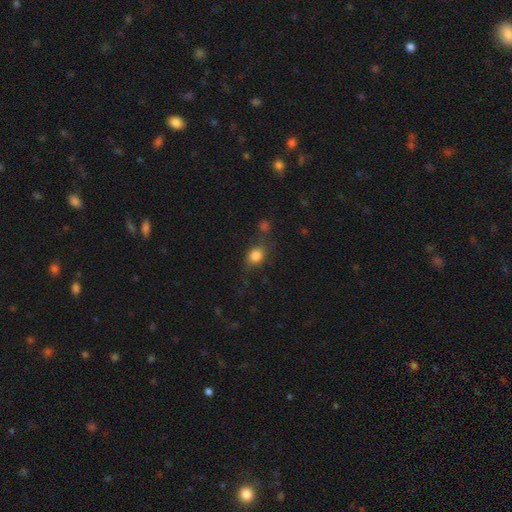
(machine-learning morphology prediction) This is clearly a smooth galaxy (82%). How rounded: possibly in between (52%). Merging: likely none (63%).